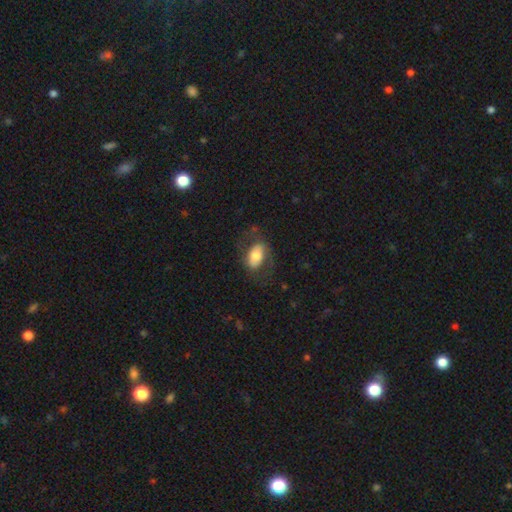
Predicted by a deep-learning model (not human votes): A smooth galaxy with no disk features (58%) that is in between round and cigar-shaped (88%). Merging: none (61%).